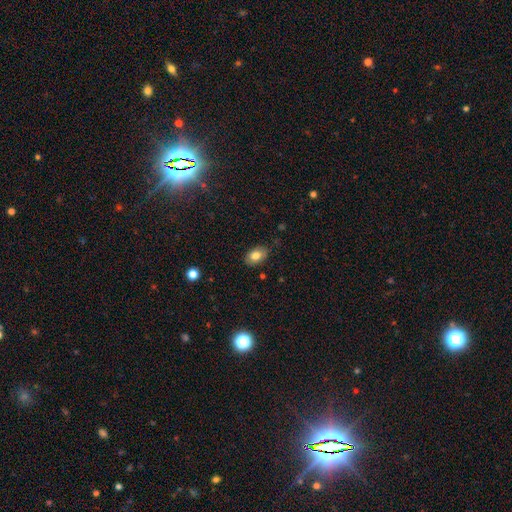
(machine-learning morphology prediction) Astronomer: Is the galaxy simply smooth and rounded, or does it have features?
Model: smooth — 78%.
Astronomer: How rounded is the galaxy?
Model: in between — 86%.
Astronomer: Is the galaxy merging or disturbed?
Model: none — 85%.